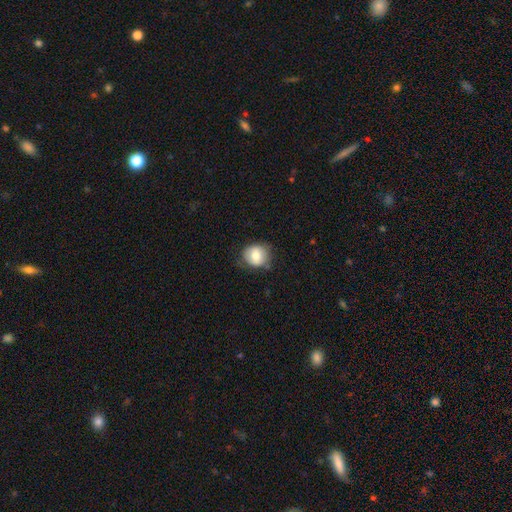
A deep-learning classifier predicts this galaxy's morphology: Overall: smooth (74%). How rounded: round (82%). Merging: none (73%).